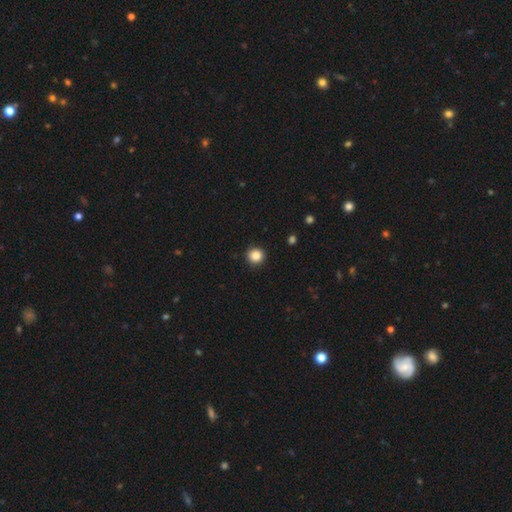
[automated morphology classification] Smooth or featured?
  - smooth: 86% *
  - star or artifact: 10%
  - featured or disk: 3%
How rounded?
  - round: 94% *
  - in between: 5%
  - cigar-shaped: 1%
Merging?
  - none: 92% *
  - minor disturbance: 5%
  - major disturbance: 2%
  - merger: 1%